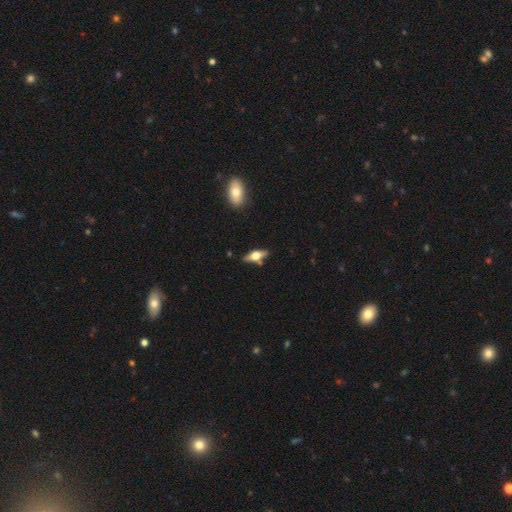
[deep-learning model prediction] Smooth or featured?
  - featured or disk: 59% *
  - smooth: 35%
  - star or artifact: 6%
Edge-on disk?
  - yes: 92% *
  - no: 8%
Edge-on bulge?
  - rounded: 95% *
  - boxy: 4%
  - none: 1%
Merging?
  - none: 81% *
  - minor disturbance: 11%
  - merger: 6%
  - major disturbance: 3%